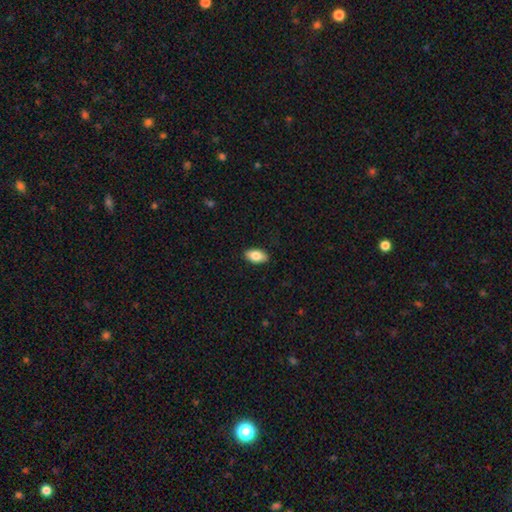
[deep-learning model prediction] smooth 82%, featured or disk 12%, star or artifact 7%. Down the decision tree: how rounded — in between (93%); merging — none (89%).